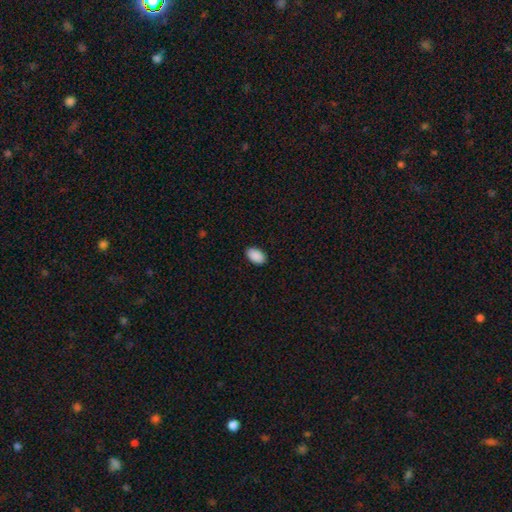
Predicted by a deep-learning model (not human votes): smooth-or-featured: smooth: 91% | star or artifact: 7% | featured or disk: 2%
  how-rounded: in between: 93% | round: 5% | cigar-shaped: 1%
  merging: none: 90% | minor disturbance: 7% | major disturbance: 2% | merger: 1%